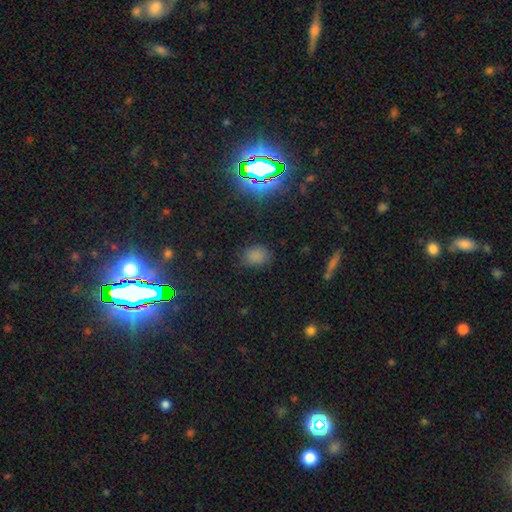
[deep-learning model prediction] Q: Smooth or featured?
A: smooth (73%); runner-up: star or artifact (21%)
Q: How rounded?
A: in between (61%); runner-up: round (37%)
Q: Merging?
A: none (75%); runner-up: minor disturbance (18%)